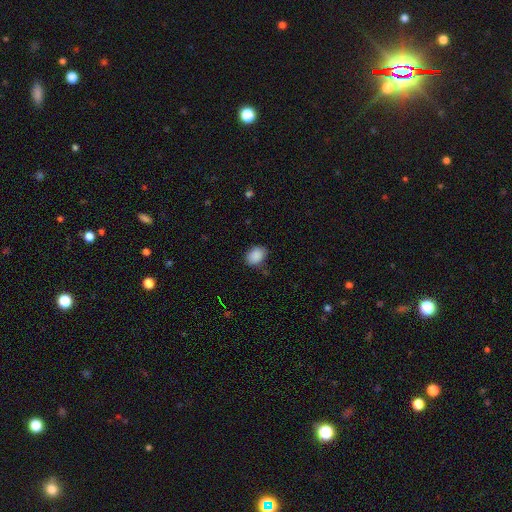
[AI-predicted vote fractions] This appears to be a smooth galaxy with no disk features (88%) that is in between round and cigar-shaped (69%). Merging: none (78%).